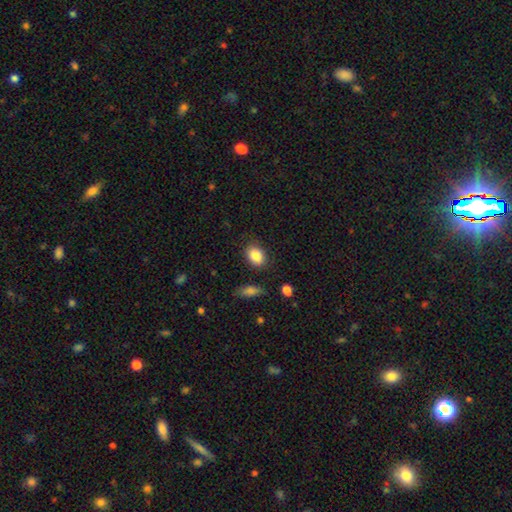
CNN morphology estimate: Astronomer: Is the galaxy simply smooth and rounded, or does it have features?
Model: smooth — 86%.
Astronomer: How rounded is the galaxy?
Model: in between — 74%.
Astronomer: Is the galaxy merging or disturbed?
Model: none — 83%.